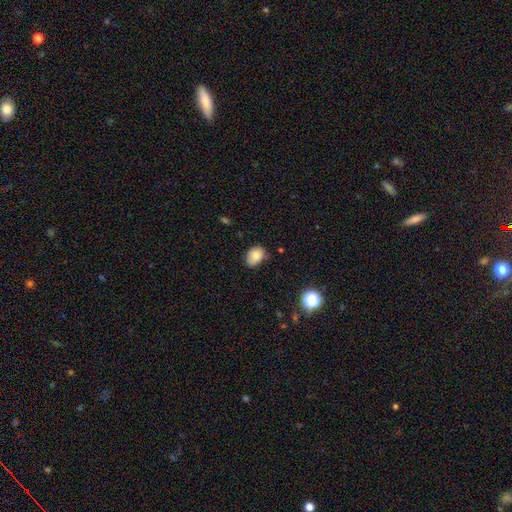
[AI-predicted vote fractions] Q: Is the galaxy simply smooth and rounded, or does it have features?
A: smooth — 82%.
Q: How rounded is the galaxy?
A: in between — 72%.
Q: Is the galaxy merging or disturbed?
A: none — 68%.